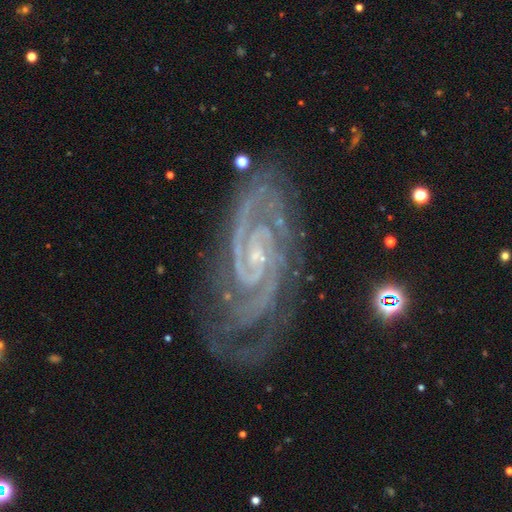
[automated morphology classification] Q: Smooth or featured?
A: featured or disk (92%); runner-up: star or artifact (5%)
Q: Edge-on disk?
A: no (97%); runner-up: yes (3%)
Q: Bar?
A: no (48%); runner-up: weak (36%)
Q: Spiral arms?
A: yes (99%); runner-up: no (1%)
Q: Spiral winding?
A: tight (69%); runner-up: medium (27%)
Q: Spiral arm count?
A: 2 (61%); runner-up: 3 (14%)
Q: Bulge size?
A: small (80%); runner-up: moderate (14%)
Q: Merging?
A: none (73%); runner-up: minor disturbance (18%)